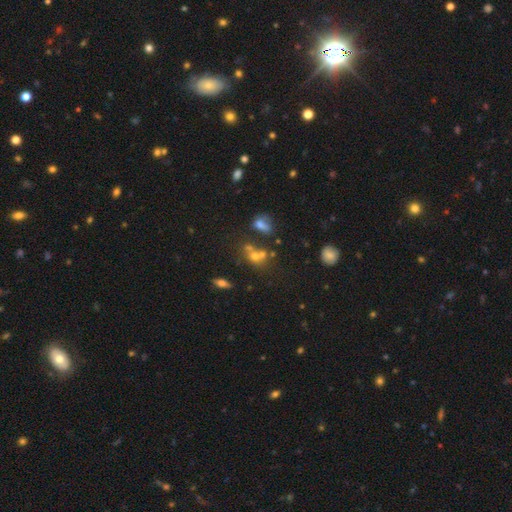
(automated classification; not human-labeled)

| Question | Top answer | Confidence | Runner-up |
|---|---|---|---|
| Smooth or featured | smooth | 50% | star or artifact (29%) |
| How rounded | round | 55% | in between (41%) |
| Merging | none | 41% | merger (40%) |